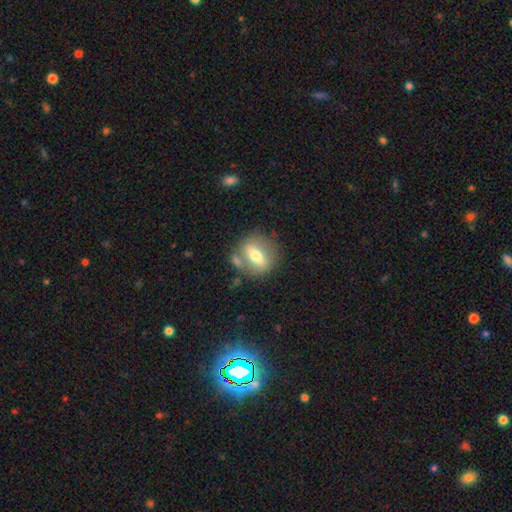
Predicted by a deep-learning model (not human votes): smooth_or_featured: smooth (p=0.46) [tied with: featured or disk p=0.46]
merging: none (p=0.68) [alt: minor disturbance p=0.14]